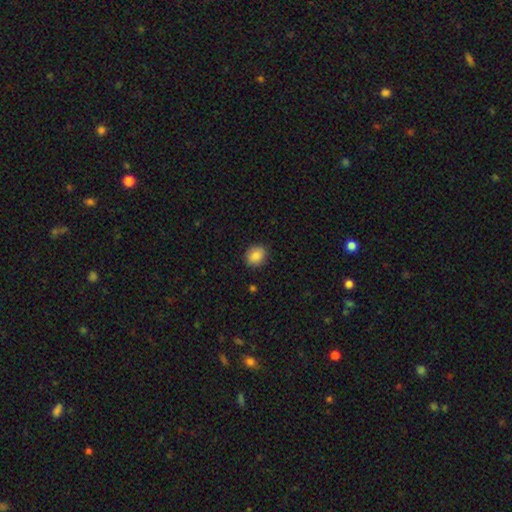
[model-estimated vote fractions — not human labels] Smooth or featured: smooth — 86% (star or artifact — 8%)
How rounded: round — 69% (in between — 30%)
Merging: none — 88% (minor disturbance — 9%)